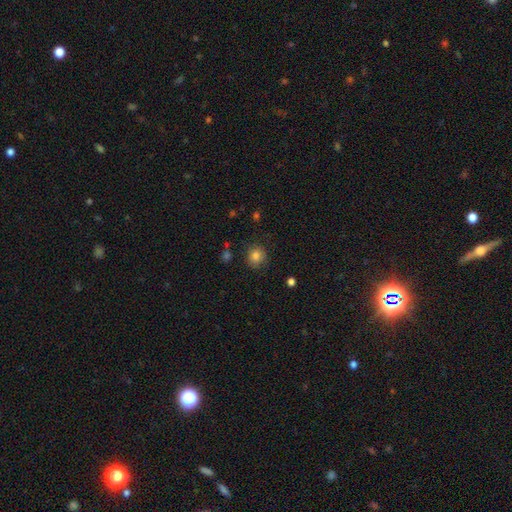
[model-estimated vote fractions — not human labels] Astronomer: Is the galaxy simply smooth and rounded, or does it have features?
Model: smooth — 82%.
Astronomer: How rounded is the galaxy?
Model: round — 85%.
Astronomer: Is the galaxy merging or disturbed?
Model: none — 82%.